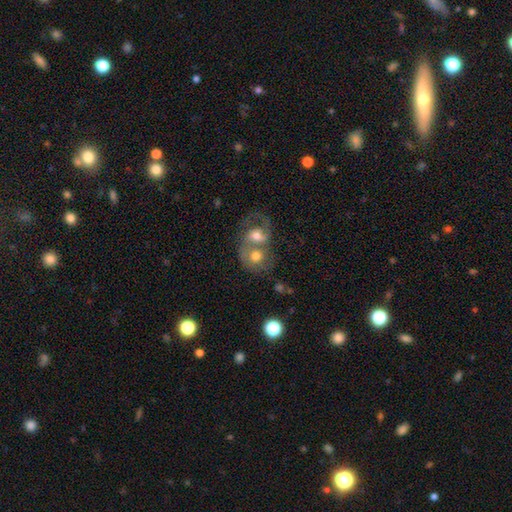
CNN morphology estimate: The model was most divided on "smooth or featured": featured or disk: 51%, smooth: 39%, star or artifact: 10%. More confident: edge-on disk — no (96%); merging — merger (70%).